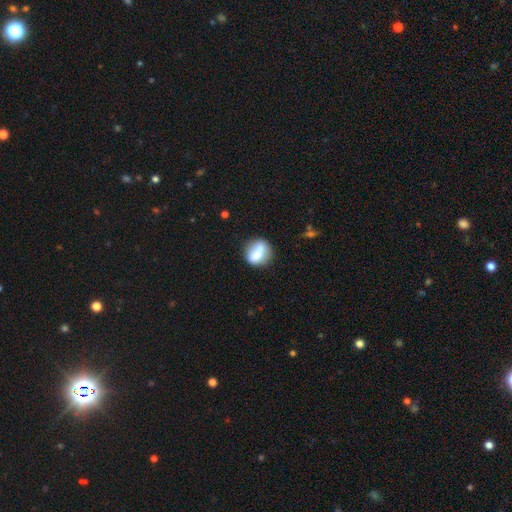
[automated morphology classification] type=smooth (68%); roundness=round (60%); merging=none (67%).